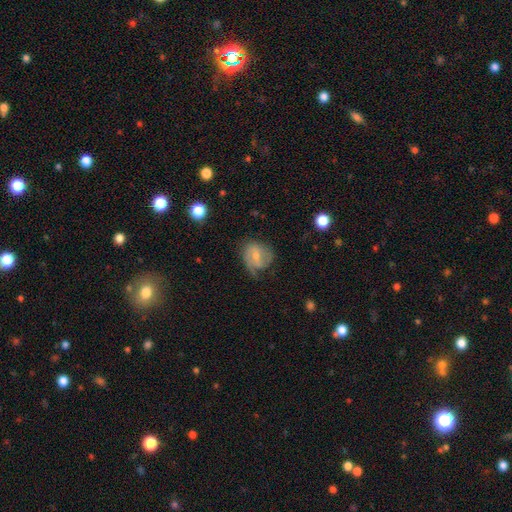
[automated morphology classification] type=featured or disk (62%); edge-on=no (97%); bar=weak (52%); spiral arms=yes (86%); winding=medium (43%); arm count=2 (46%); bulge=small (49%); merging=none (51%).